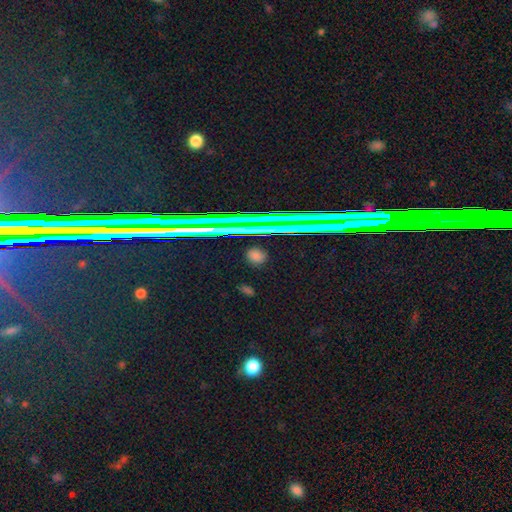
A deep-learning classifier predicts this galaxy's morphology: Smooth or featured? Predicted: star or artifact (p=0.51).